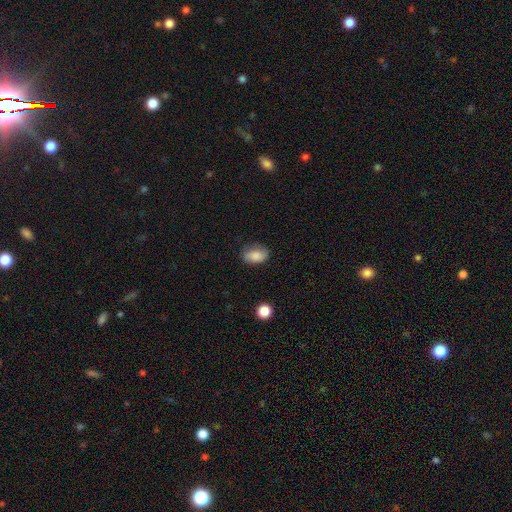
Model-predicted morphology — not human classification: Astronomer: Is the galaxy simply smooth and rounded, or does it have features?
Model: smooth — 85%.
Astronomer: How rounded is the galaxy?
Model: in between — 84%.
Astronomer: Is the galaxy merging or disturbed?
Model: none — 72%.